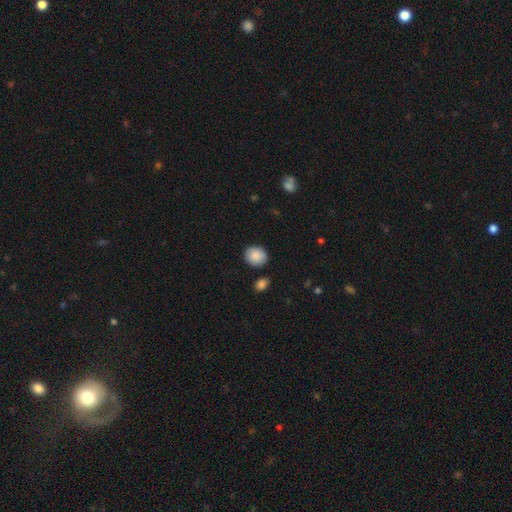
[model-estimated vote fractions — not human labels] Smooth or featured? Predicted: smooth (p=0.89). How rounded? Predicted: round (p=0.67). Merging? Predicted: none (p=0.83).